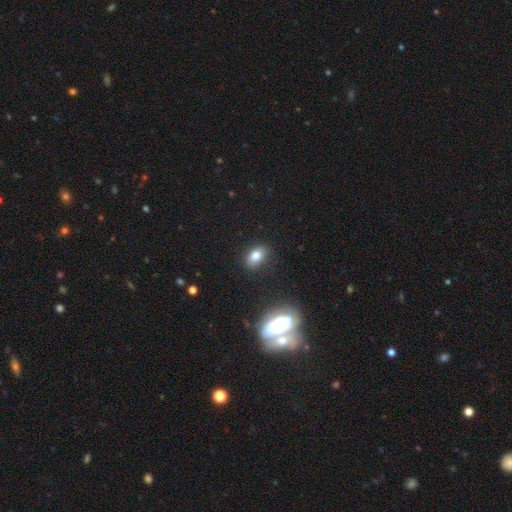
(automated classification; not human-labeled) Overall: smooth (80%). How rounded: in between (80%). Merging: none (83%).